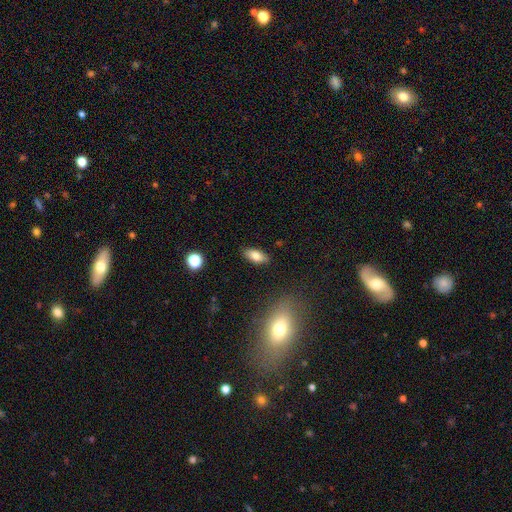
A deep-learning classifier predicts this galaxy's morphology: A smooth galaxy with no disk features (80%) that is in between round and cigar-shaped (84%). Merging: none (86%).